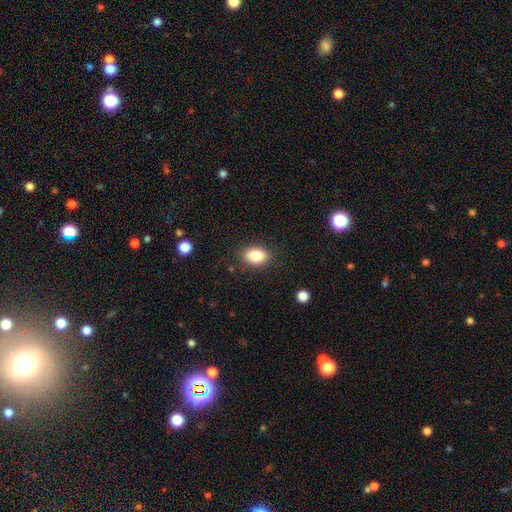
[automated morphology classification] Smooth or featured: smooth — 84% (star or artifact — 9%)
How rounded: in between — 79% (round — 19%)
Merging: none — 85% (minor disturbance — 11%)